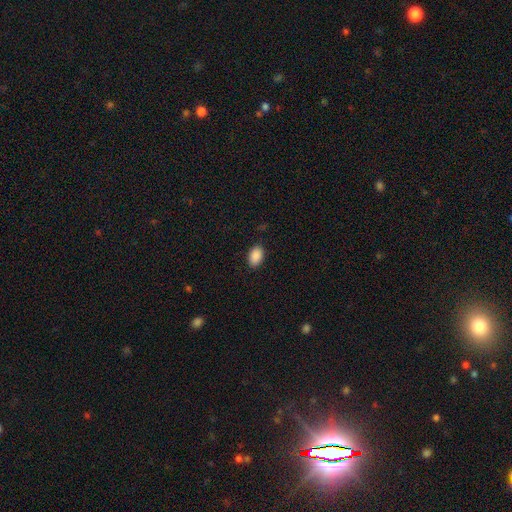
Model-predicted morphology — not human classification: This appears to be a smooth galaxy with no disk features (90%) that is in between round and cigar-shaped (89%). Merging: none (88%).